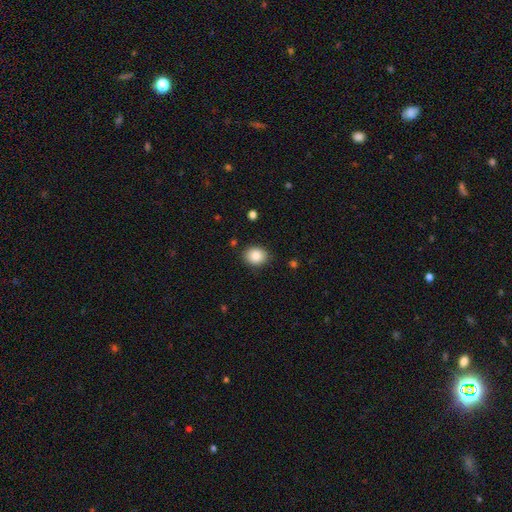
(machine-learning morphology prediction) This appears to be a smooth galaxy with no disk features (87%) that is round (55%). Merging: none (86%).